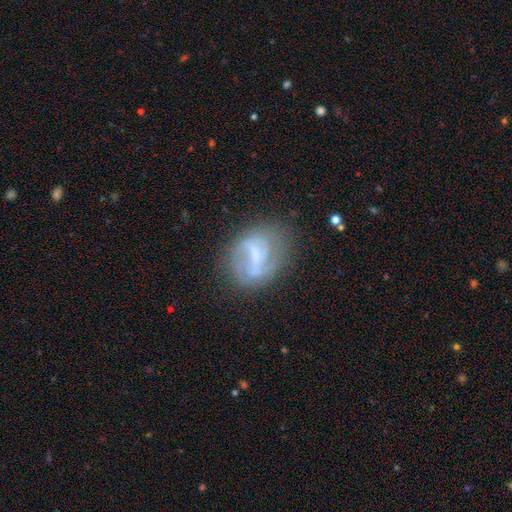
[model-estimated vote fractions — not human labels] The model was most divided on "bar": weak: 44%, strong: 39%, no: 17%. Remaining: edge-on disk — no (97%); spiral arms — yes (73%); smooth or featured — featured or disk (71%); merging — none (60%); spiral arm count — 2 (59%); spiral winding — medium (41%); bulge size — none (40%).